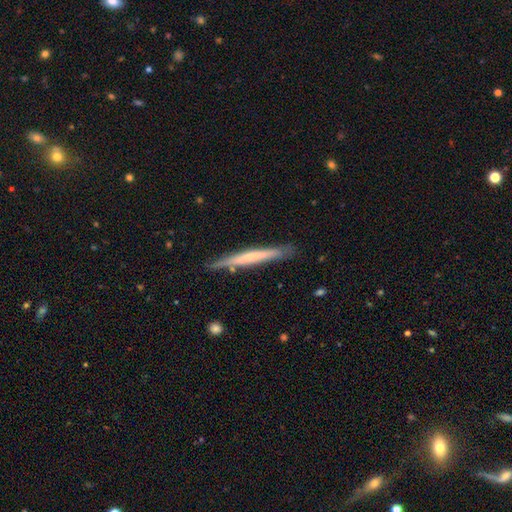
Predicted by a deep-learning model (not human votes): Smooth or featured?
  - featured or disk: 53% *
  - smooth: 41%
  - star or artifact: 6%
Edge-on disk?
  - yes: 95% *
  - no: 5%
Merging?
  - none: 85% *
  - minor disturbance: 11%
  - major disturbance: 2%
  - merger: 2%